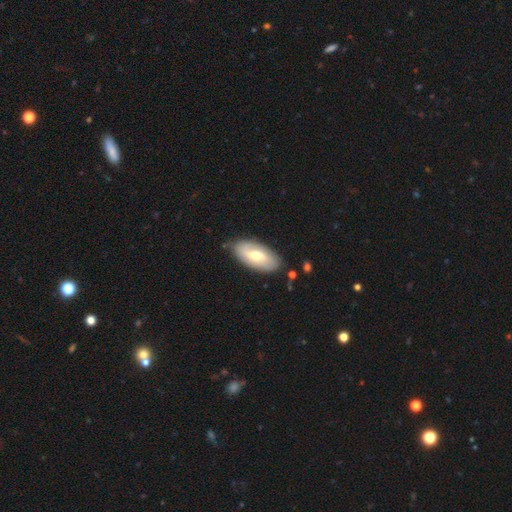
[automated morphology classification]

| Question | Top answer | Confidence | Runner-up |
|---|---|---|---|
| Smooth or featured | smooth | 50% | featured or disk (45%) |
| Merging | none | 82% | minor disturbance (13%) |